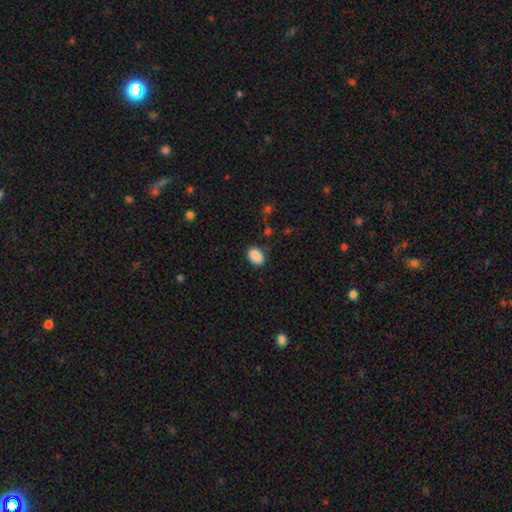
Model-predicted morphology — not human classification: smooth-or-featured: smooth: 89% | star or artifact: 8% | featured or disk: 3%
  how-rounded: in between: 88% | round: 10% | cigar-shaped: 1%
  merging: none: 85% | minor disturbance: 11% | major disturbance: 3% | merger: 1%